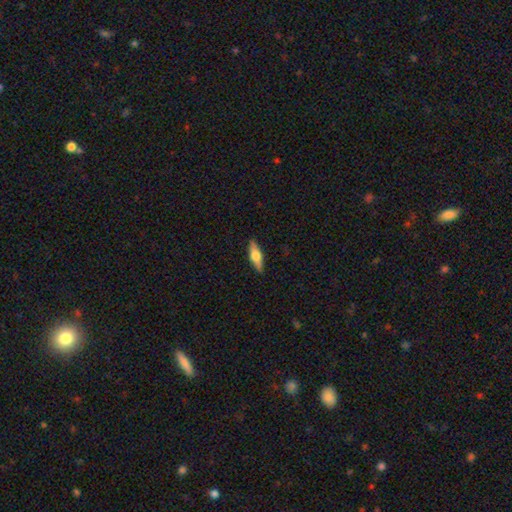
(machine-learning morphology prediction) Smooth or featured?
  - featured or disk: 48% *
  - smooth: 47%
  - star or artifact: 6%
Merging?
  - none: 90% *
  - minor disturbance: 8%
  - major disturbance: 2%
  - merger: 1%